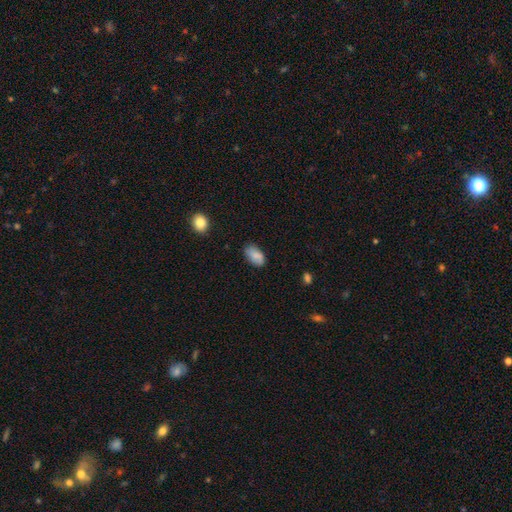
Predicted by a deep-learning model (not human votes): This is clearly a smooth galaxy (82%). How rounded: clearly in between (93%). Merging: likely none (76%).